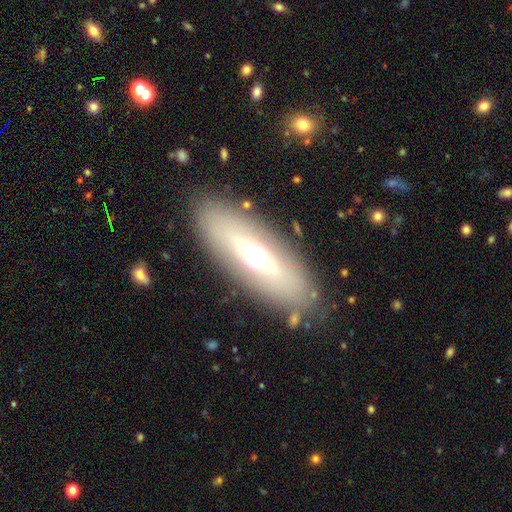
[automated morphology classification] A smooth galaxy with no disk features (47%). Merging: none (84%).